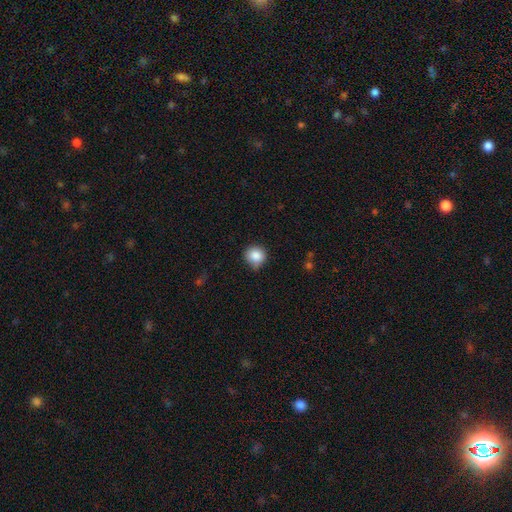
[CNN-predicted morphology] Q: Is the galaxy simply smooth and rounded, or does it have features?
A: smooth — 87%.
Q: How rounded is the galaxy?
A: round — 91%.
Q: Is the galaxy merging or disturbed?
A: none — 76%.